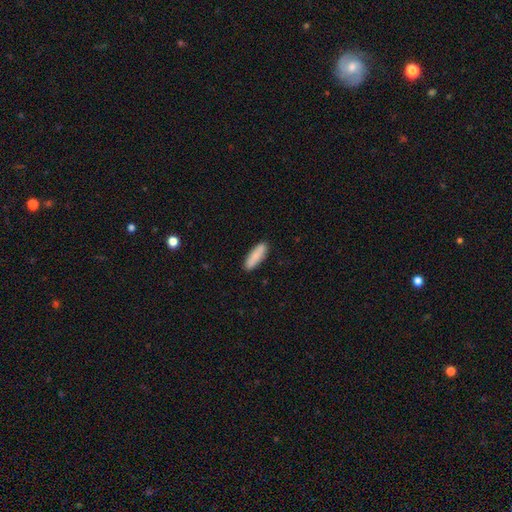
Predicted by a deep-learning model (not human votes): Overall: smooth (86%). How rounded: cigar-shaped (57%; in between 41%). Merging: none (89%).